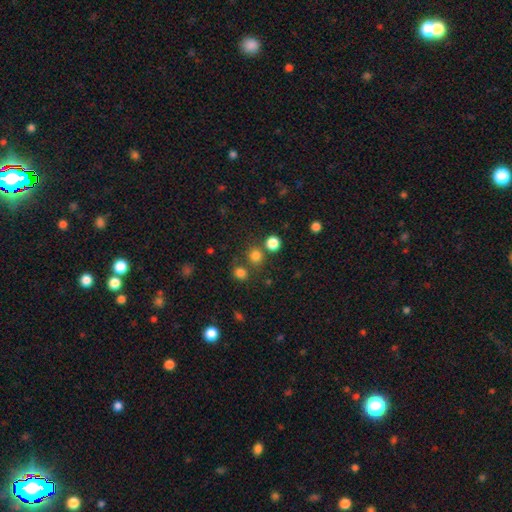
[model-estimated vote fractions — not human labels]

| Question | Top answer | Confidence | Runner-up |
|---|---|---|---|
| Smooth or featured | smooth | 78% | star or artifact (17%) |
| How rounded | round | 88% | in between (11%) |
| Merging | none | 73% | merger (16%) |